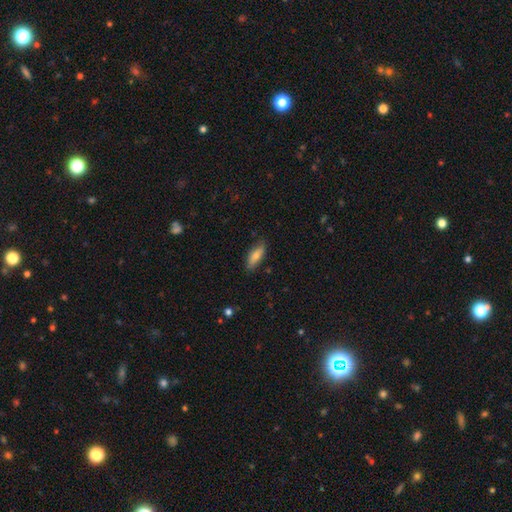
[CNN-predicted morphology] Smooth or featured? smooth (69%)
How rounded? in between (64%)
Merging? none (81%)